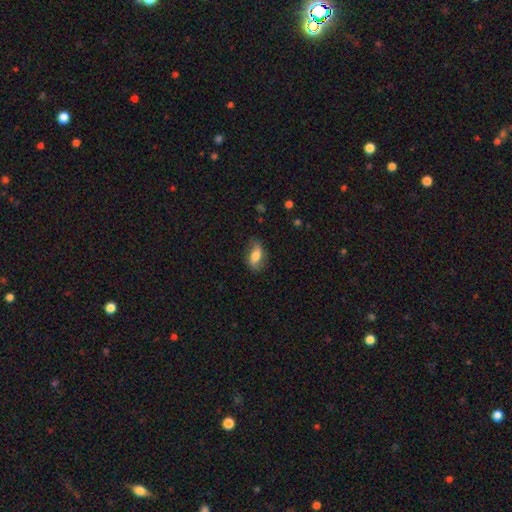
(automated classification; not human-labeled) Smooth or featured: smooth — 64% (featured or disk — 29%)
How rounded: in between — 85% (cigar-shaped — 8%)
Merging: none — 72% (minor disturbance — 20%)